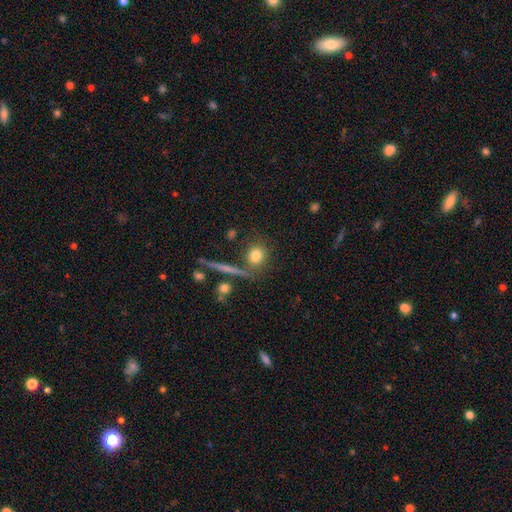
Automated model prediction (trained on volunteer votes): The model was most divided on "merging": none: 75%, minor disturbance: 11%, merger: 9%, major disturbance: 4%. More confident: how rounded — round (82%); smooth or featured — smooth (78%).